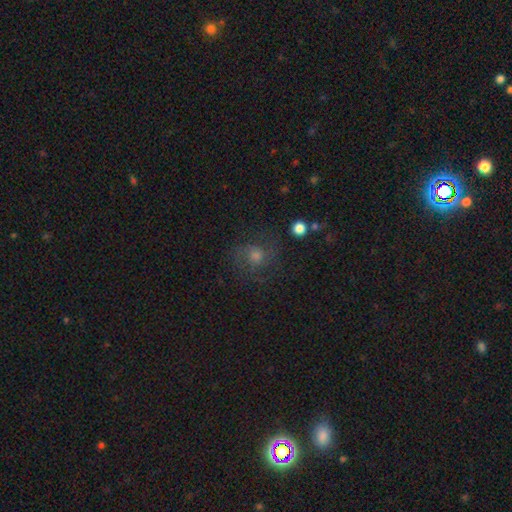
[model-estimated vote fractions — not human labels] This is marginally a smooth galaxy (45%). Merging: likely none (64%).